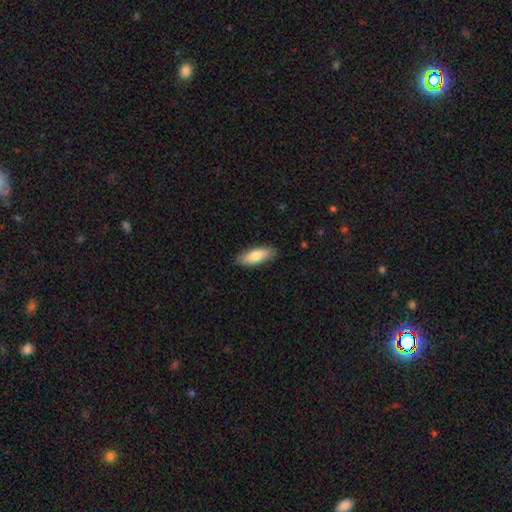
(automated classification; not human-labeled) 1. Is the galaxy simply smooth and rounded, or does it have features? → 77% smooth, 18% featured or disk, 5% star or artifact.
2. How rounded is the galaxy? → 66% in between, 31% cigar-shaped, 2% round.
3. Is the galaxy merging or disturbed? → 87% none, 10% minor disturbance, 2% major disturbance, 1% merger.